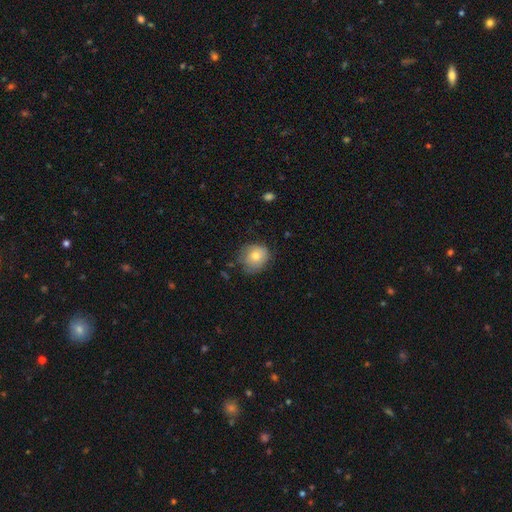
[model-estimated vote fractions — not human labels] smooth_or_featured: smooth (p=0.76) [alt: featured or disk p=0.15]
how_rounded: round (p=0.77) [alt: in between p=0.22]
merging: none (p=0.66) [alt: minor disturbance p=0.26]